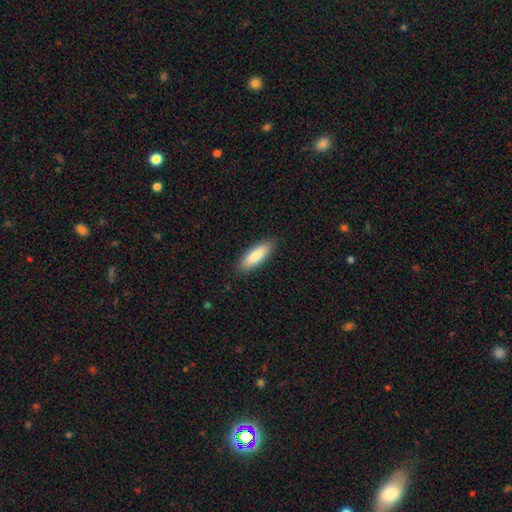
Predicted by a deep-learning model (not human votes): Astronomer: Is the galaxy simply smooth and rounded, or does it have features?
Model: smooth — 85%.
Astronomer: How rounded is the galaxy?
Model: in between — 55% (runner-up: cigar-shaped, 43%).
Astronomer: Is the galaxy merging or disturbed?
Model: none — 88%.